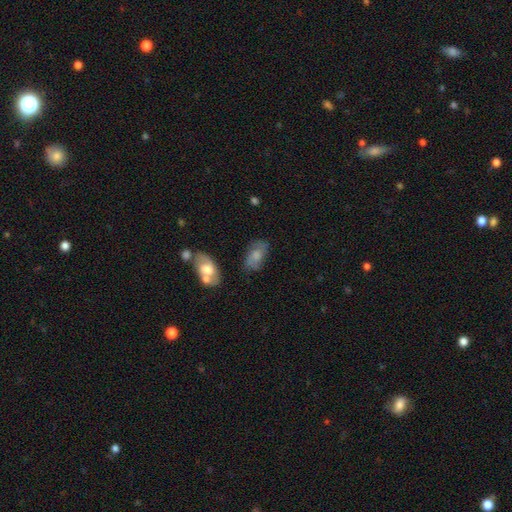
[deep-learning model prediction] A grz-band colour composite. It shows a smooth galaxy with no disk features (56%) that is in between round and cigar-shaped (90%). Merging: none (62%).